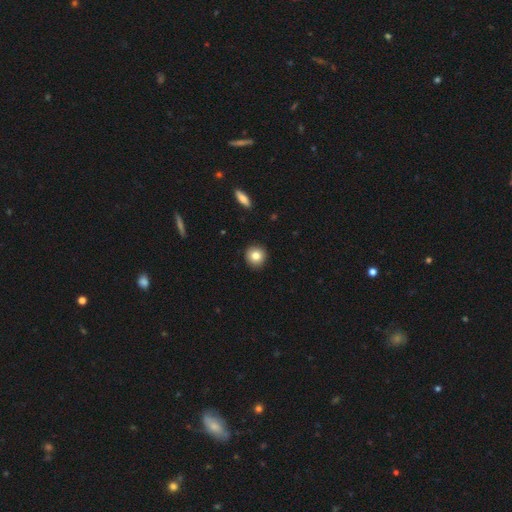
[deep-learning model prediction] The model was most divided on "smooth or featured": smooth: 83%, star or artifact: 9%, featured or disk: 8%. More confident: how rounded — round (93%); merging — none (92%).